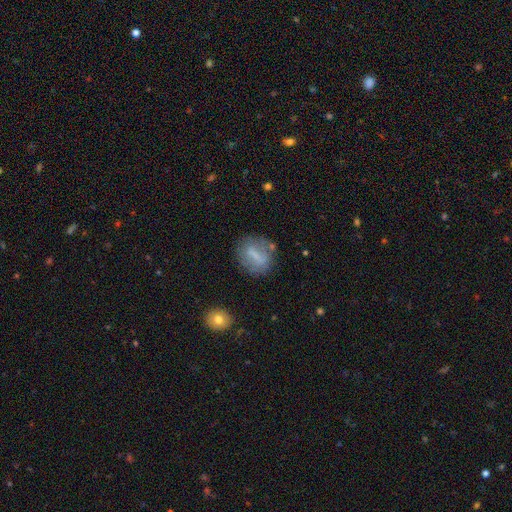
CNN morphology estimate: Smooth or featured: smooth — 56% (featured or disk — 35%)
How rounded: in between — 51% (round — 42%)
Merging: none — 70% (minor disturbance — 18%)